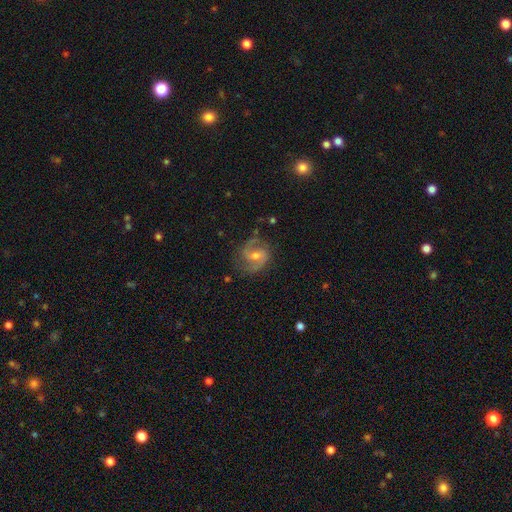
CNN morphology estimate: type=featured or disk (84%); edge-on=no (98%); bar=weak (50%); spiral arms=yes (96%); winding=medium (56%); arm count=2 (88%); bulge=moderate (52%); merging=none (73%).